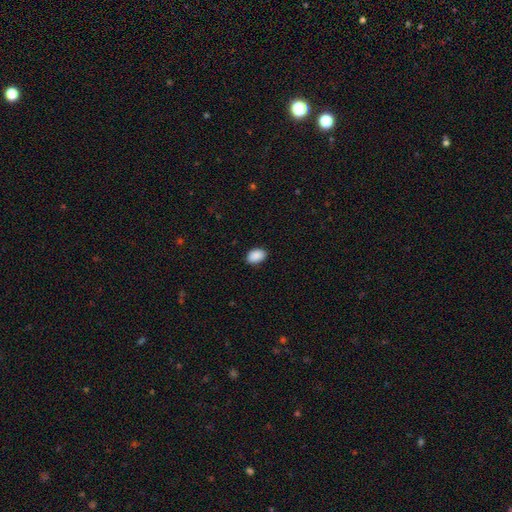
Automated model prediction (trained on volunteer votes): Q: Smooth or featured?
A: smooth (90%); runner-up: star or artifact (7%)
Q: How rounded?
A: in between (86%); runner-up: round (13%)
Q: Merging?
A: none (88%); runner-up: minor disturbance (9%)